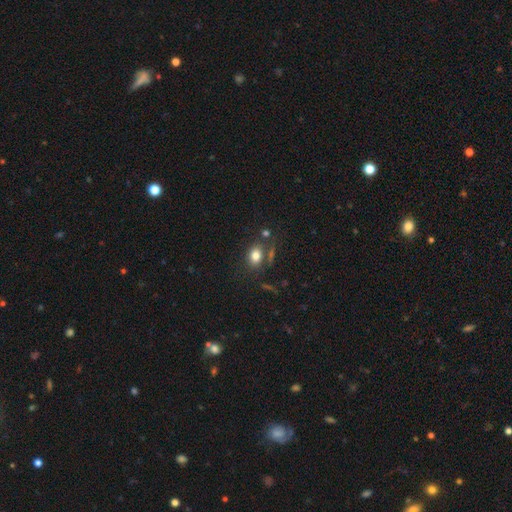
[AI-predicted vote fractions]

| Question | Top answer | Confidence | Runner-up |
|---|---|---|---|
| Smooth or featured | smooth | 79% | star or artifact (11%) |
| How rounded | in between | 63% | round (36%) |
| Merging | none | 69% | minor disturbance (14%) |